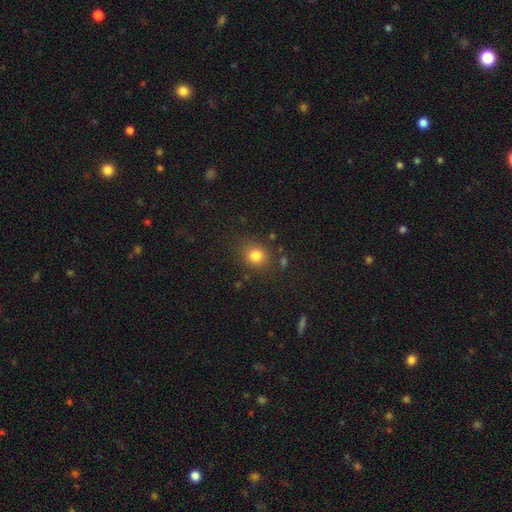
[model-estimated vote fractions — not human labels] Smooth or featured? Predicted: smooth (p=0.81). How rounded? Predicted: round (p=0.75). Merging? Predicted: none (p=0.81).